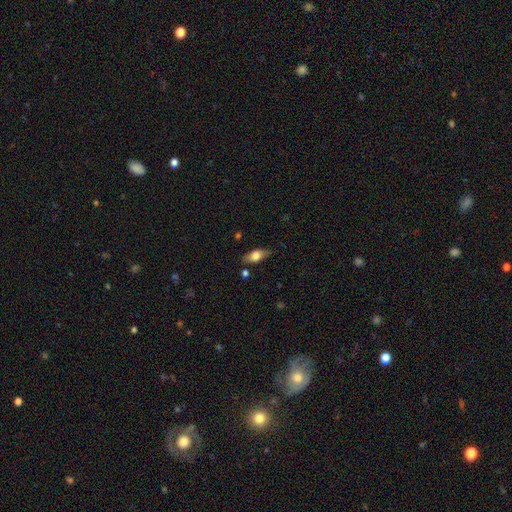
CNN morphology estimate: smooth-or-featured: smooth: 65% | featured or disk: 28% | star or artifact: 7%
  how-rounded: in between: 77% | cigar-shaped: 19% | round: 4%
  merging: none: 79% | minor disturbance: 15% | major disturbance: 3% | merger: 2%